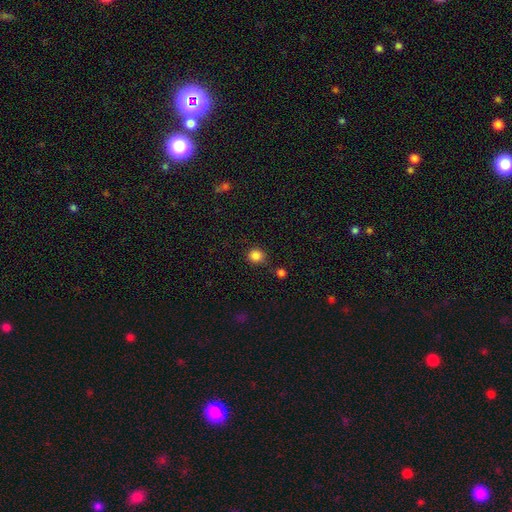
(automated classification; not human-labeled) Overall: smooth (85%). How rounded: round (89%). Merging: none (81%).